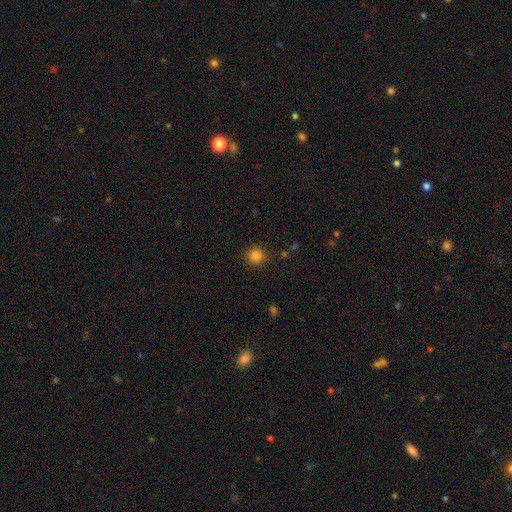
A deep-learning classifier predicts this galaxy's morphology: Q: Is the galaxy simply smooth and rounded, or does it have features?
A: smooth — 84%.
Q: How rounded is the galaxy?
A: round — 94%.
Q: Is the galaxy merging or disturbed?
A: none — 90%.